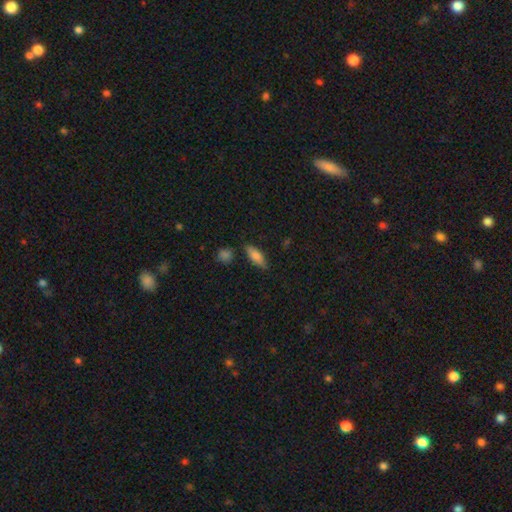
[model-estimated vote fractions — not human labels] Smooth or featured? Predicted: smooth (p=0.75). How rounded? Predicted: in between (p=0.63). Merging? Predicted: none (p=0.79).